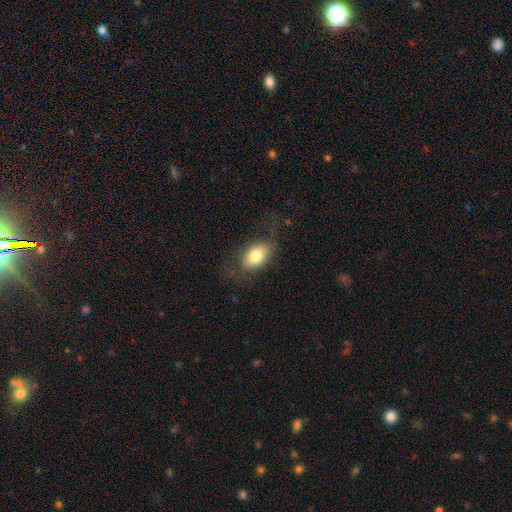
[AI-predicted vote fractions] smooth-or-featured: smooth: 76% | featured or disk: 16% | star or artifact: 8%
  how-rounded: in between: 86% | round: 13% | cigar-shaped: 2%
  merging: none: 66% | minor disturbance: 19% | major disturbance: 14% | merger: 1%